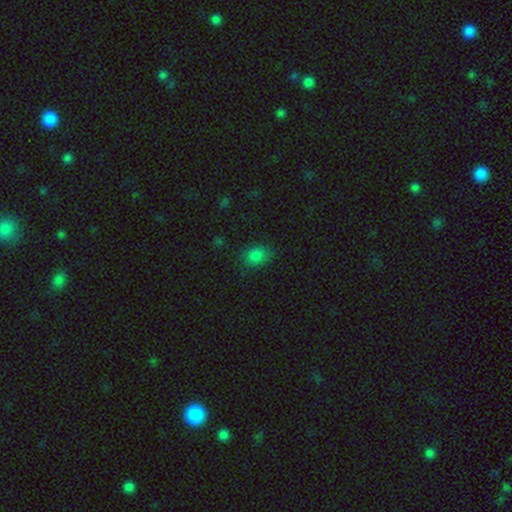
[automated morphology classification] Smooth or featured? Predicted: smooth (p=0.83). How rounded? Predicted: in between (p=0.70). Merging? Predicted: none (p=0.75).